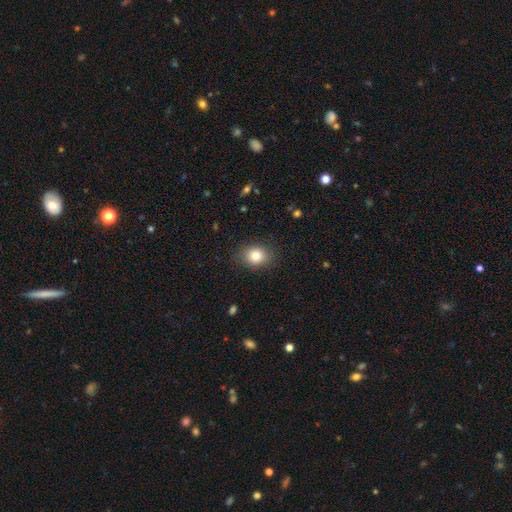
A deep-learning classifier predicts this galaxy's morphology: This is clearly a smooth galaxy (82%). How rounded: possibly round (51%). Merging: clearly none (85%).